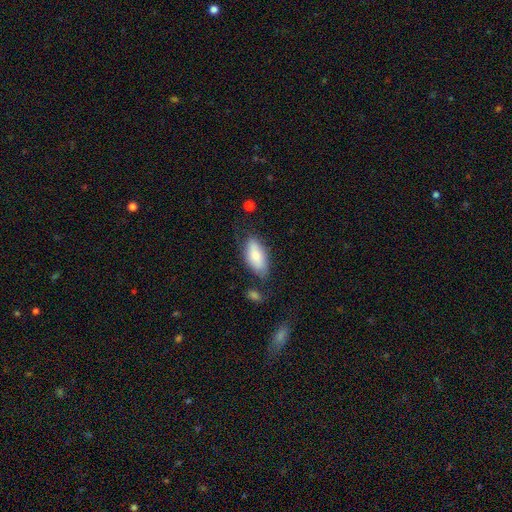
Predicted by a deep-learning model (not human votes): Smooth or featured? smooth (77%)
How rounded? in between (86%)
Merging? none (64%)